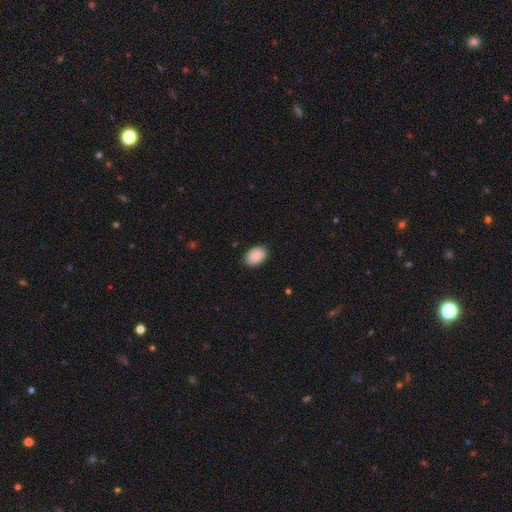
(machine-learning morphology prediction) The model was most divided on "merging": none: 87%, minor disturbance: 10%, major disturbance: 2%, merger: 1%. More confident: smooth or featured — smooth (90%); how rounded — in between (88%).